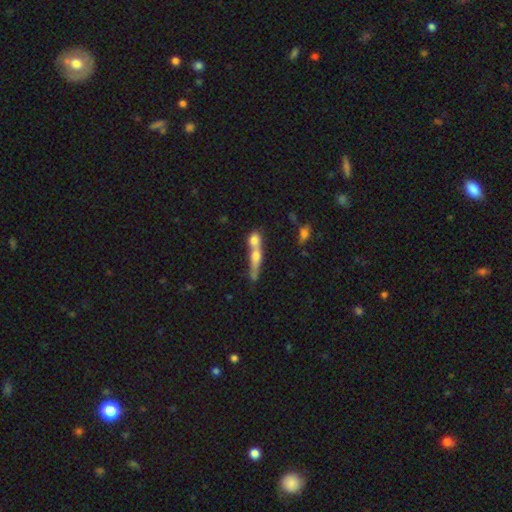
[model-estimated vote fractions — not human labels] smooth 49%, featured or disk 42%, star or artifact 10%. Down the decision tree: merging — merger (53%).